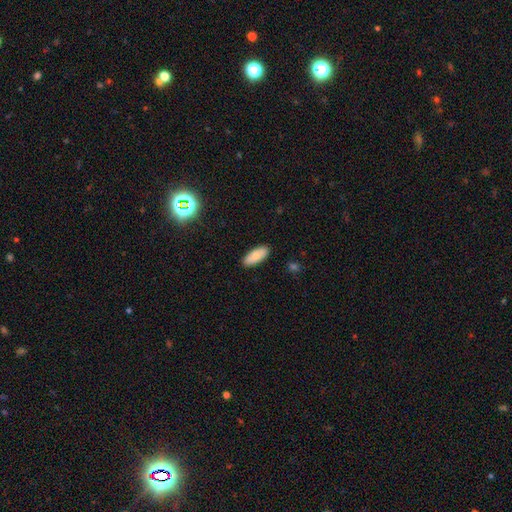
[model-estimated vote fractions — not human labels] Smooth or featured? Predicted: smooth (p=0.81). How rounded? Predicted: in between (p=0.82). Merging? Predicted: none (p=0.89).